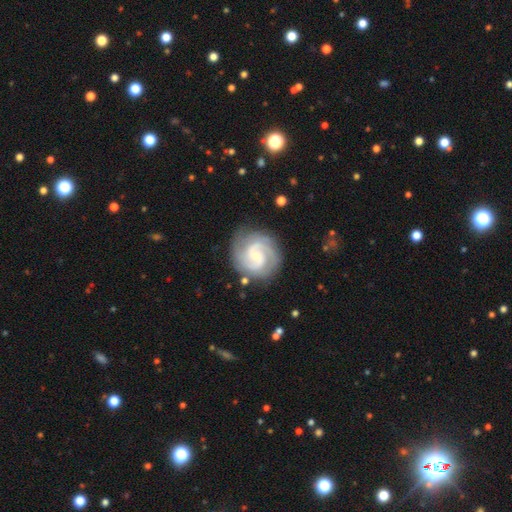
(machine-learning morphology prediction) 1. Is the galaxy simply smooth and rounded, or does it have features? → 87% featured or disk, 8% smooth, 4% star or artifact.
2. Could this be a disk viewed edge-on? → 98% no, 2% yes.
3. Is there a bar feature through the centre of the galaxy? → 46% weak, 45% no, 9% strong.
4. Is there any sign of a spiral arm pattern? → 98% yes, 2% no.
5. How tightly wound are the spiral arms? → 48% tight, 43% medium, 9% loose.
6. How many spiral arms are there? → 63% 2, 18% 3, 10% can't tell, 4% 4, 3% 1, 3% more than 4.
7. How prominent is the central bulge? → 70% small, 24% moderate, 3% none, 2% large, 1% dominant.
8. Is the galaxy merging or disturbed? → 79% none, 13% minor disturbance, 5% major disturbance, 2% merger.